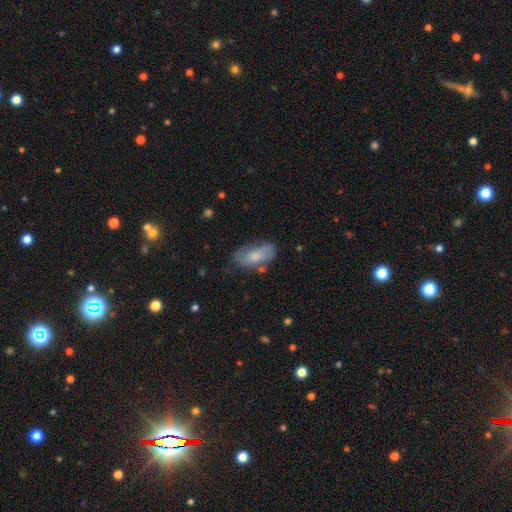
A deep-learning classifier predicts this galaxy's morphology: smooth_or_featured: smooth (p=0.63) [alt: featured or disk p=0.30]
how_rounded: in between (p=0.89) [alt: cigar-shaped p=0.07]
merging: none (p=0.56) [alt: minor disturbance p=0.28]